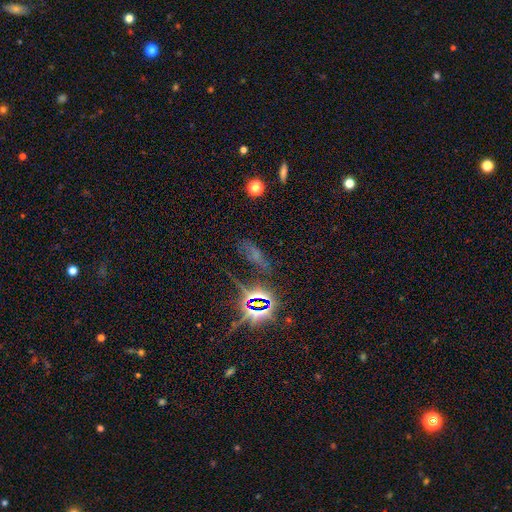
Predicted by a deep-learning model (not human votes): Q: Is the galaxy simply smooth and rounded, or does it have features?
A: star or artifact — 54%.